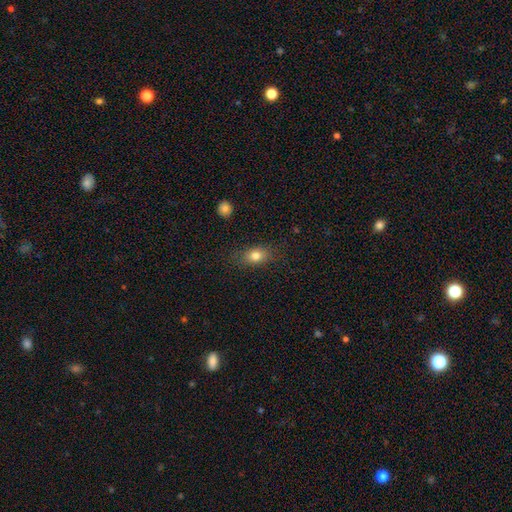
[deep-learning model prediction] This appears to be a smooth galaxy with no disk features (79%) that is in between round and cigar-shaped (75%). Merging: none (80%).